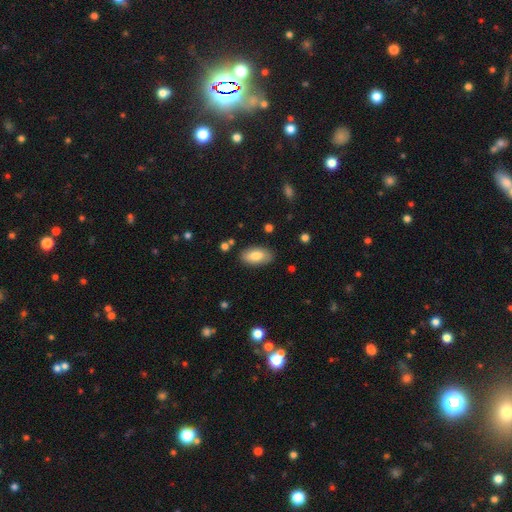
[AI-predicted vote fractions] A smooth galaxy with no disk features (80%) that is in between round and cigar-shaped (93%).

Vote fractions:
- Smooth or featured? smooth: 80% / featured or disk: 13% / star or artifact: 6%
- How rounded? in between: 93% / cigar-shaped: 4% / round: 3%
- Merging? none: 84% / minor disturbance: 11% / major disturbance: 3% / merger: 2%